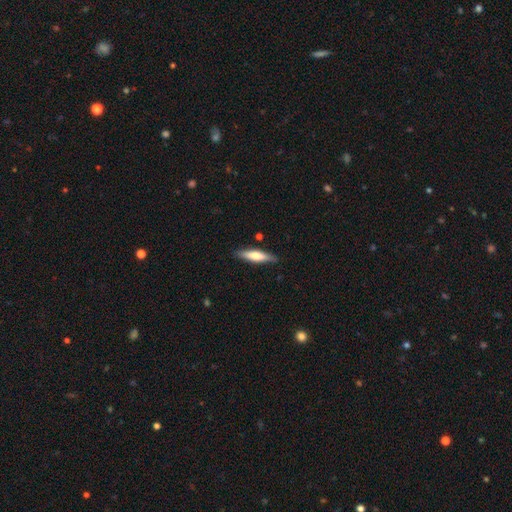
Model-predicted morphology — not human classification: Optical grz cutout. It shows a smooth galaxy with no disk features (58%) that is cigar-shaped (75%). Merging: none (85%).